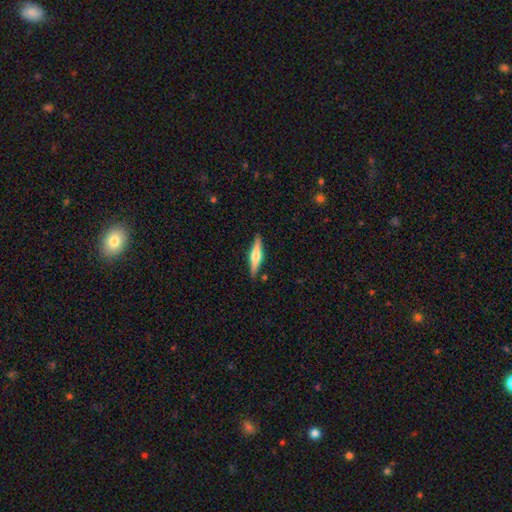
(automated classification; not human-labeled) This appears to be a featured or disk galaxy (60%) viewed edge-on (97%) with a rounded central bulge (90%). Merging: none (88%).